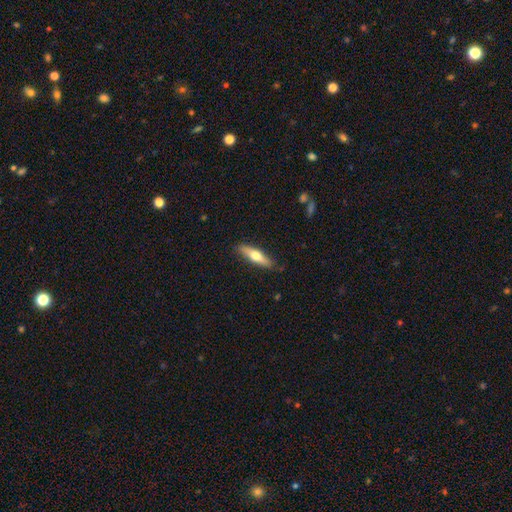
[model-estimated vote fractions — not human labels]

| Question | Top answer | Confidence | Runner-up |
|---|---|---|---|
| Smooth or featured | smooth | 56% | featured or disk (38%) |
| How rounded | cigar-shaped | 68% | in between (30%) |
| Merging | none | 87% | minor disturbance (10%) |